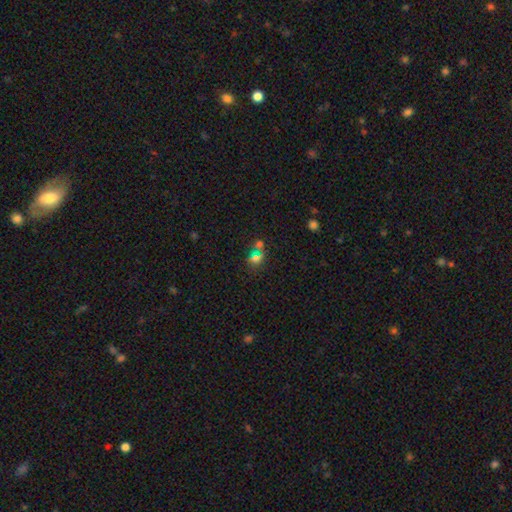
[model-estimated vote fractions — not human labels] This appears to be a smooth galaxy with no disk features (57%) that is round (56%). Merging: none (44%).